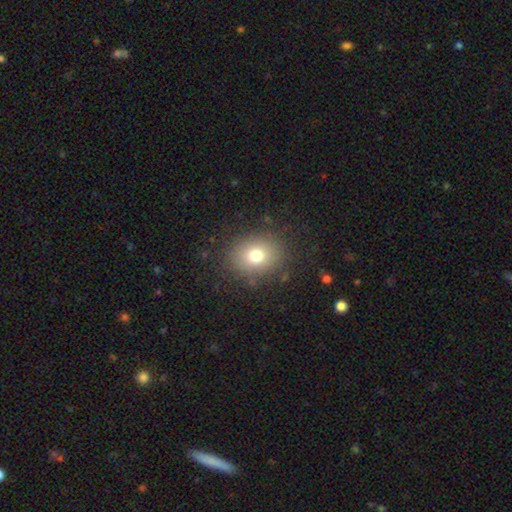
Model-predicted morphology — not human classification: This is likely a smooth galaxy (75%). How rounded: likely round (61%). Merging: clearly none (84%).